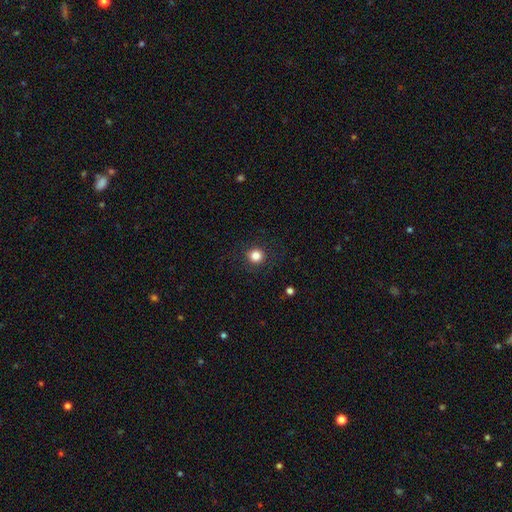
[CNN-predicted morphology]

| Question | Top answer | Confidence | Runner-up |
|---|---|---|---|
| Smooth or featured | smooth | 83% | star or artifact (12%) |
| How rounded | round | 94% | in between (5%) |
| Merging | none | 90% | minor disturbance (6%) |